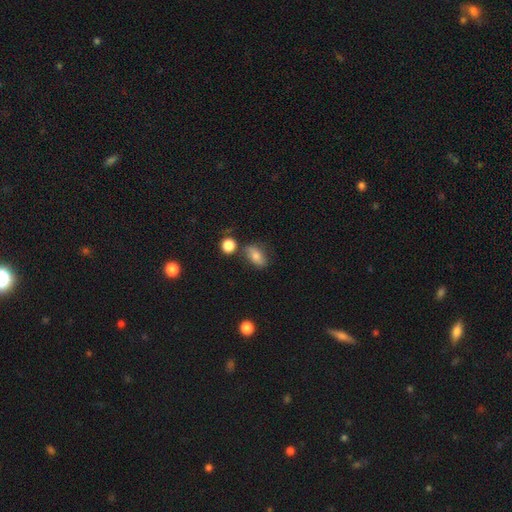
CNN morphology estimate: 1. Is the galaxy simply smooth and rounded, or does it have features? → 75% smooth, 14% featured or disk, 11% star or artifact.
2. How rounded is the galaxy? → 82% in between, 13% round, 5% cigar-shaped.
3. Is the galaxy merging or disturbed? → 64% none, 20% minor disturbance, 10% merger, 6% major disturbance.